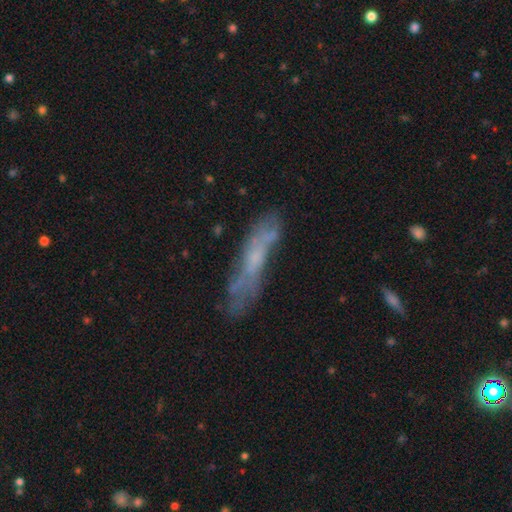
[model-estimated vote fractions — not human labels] smooth-or-featured: featured or disk: 50% | smooth: 40% | star or artifact: 10%
  merging: none: 59% | minor disturbance: 23% | major disturbance: 12% | merger: 6%